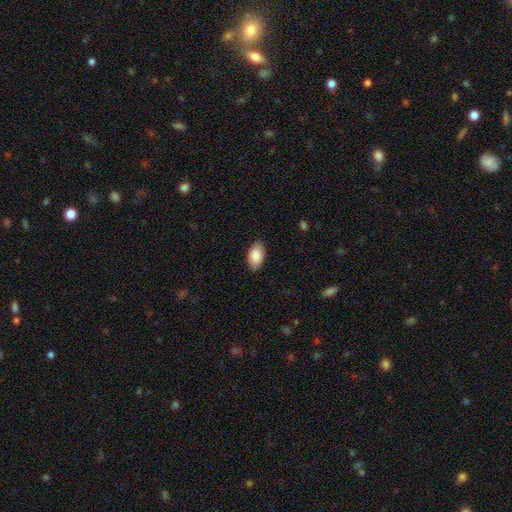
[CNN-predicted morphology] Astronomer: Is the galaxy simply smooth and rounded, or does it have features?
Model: smooth — 88%.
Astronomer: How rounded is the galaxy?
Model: in between — 94%.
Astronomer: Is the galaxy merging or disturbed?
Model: none — 86%.